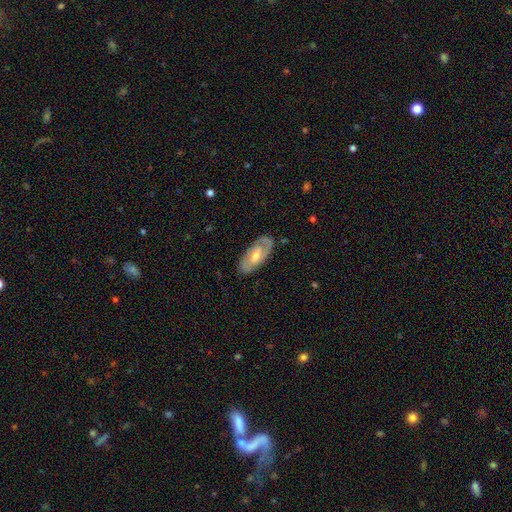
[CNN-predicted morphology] The model was most divided on "bar": weak: 45%, no: 41%, strong: 14%. More confident: edge-on disk — no (92%); spiral arms — yes (87%); merging — none (84%); spiral arm count — 2 (78%); smooth or featured — featured or disk (76%); bulge size — moderate (62%); spiral winding — tight (52%).